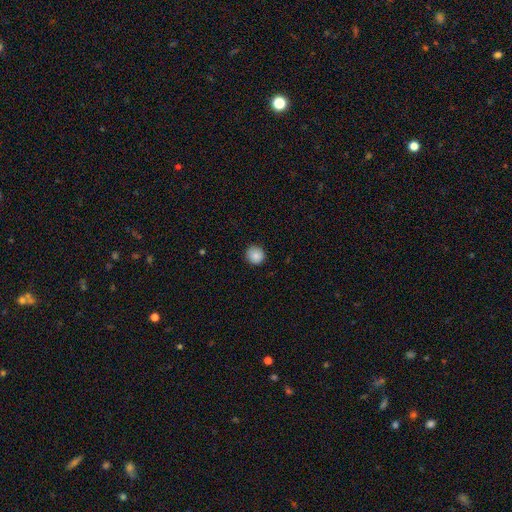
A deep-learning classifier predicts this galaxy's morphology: This appears to be a smooth galaxy with no disk features (86%) that is round (92%). Merging: none (90%).